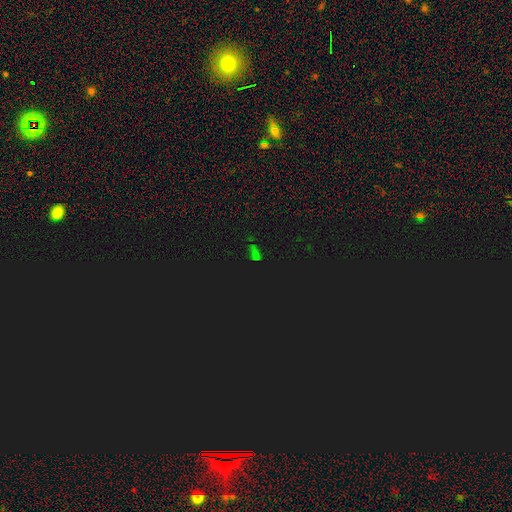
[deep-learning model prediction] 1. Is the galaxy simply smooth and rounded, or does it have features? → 71% star or artifact, 21% smooth, 8% featured or disk.